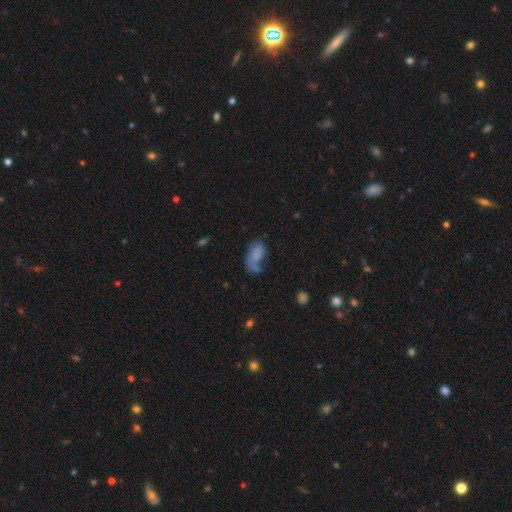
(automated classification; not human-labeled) Q: Smooth or featured?
A: smooth (66%); runner-up: featured or disk (23%)
Q: How rounded?
A: in between (90%); runner-up: round (6%)
Q: Merging?
A: none (32%); runner-up: major disturbance (31%)